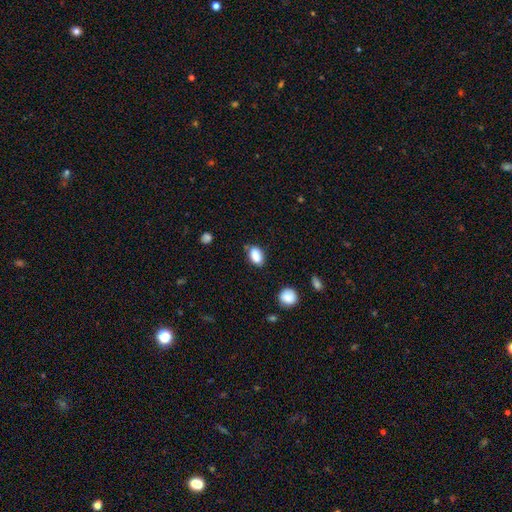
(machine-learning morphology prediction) Q: Smooth or featured?
A: smooth (86%); runner-up: star or artifact (8%)
Q: How rounded?
A: in between (88%); runner-up: round (9%)
Q: Merging?
A: none (76%); runner-up: minor disturbance (17%)